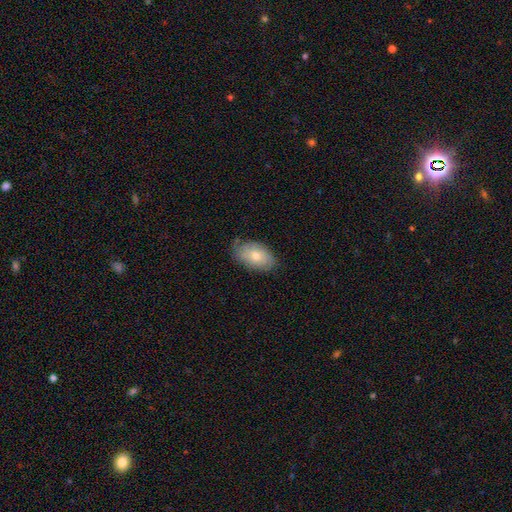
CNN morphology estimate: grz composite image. It shows a smooth galaxy with no disk features (58%) that is in between round and cigar-shaped (91%). Merging: none (73%).